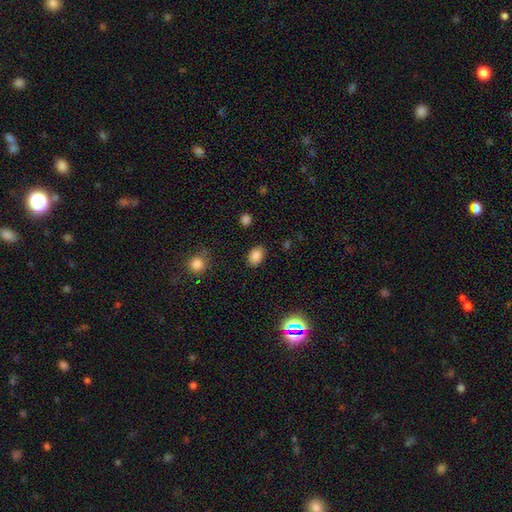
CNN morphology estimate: Smooth or featured?
  - smooth: 85% *
  - star or artifact: 10%
  - featured or disk: 5%
How rounded?
  - in between: 82% *
  - round: 17%
  - cigar-shaped: 1%
Merging?
  - none: 86% *
  - minor disturbance: 10%
  - major disturbance: 3%
  - merger: 1%